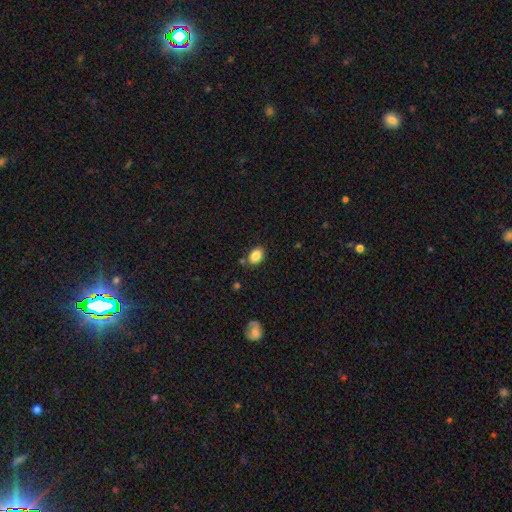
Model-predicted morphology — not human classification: A smooth galaxy with no disk features (85%) that is in between round and cigar-shaped (80%).

Vote fractions:
- Smooth or featured? smooth: 85% / star or artifact: 9% / featured or disk: 6%
- How rounded? in between: 80% / round: 19% / cigar-shaped: 1%
- Merging? none: 78% / minor disturbance: 13% / merger: 7% / major disturbance: 3%